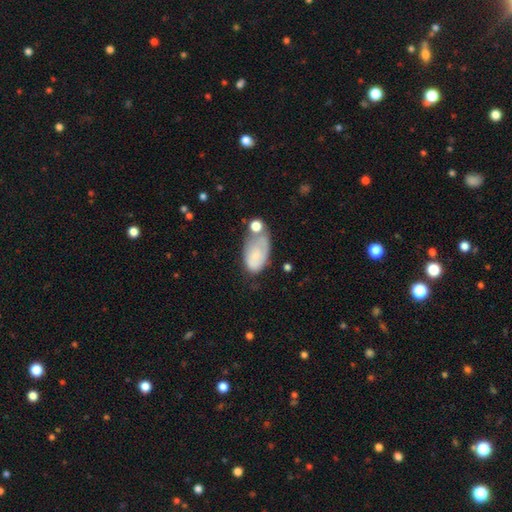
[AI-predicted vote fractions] smooth_or_featured: smooth (p=0.68) [alt: featured or disk p=0.23]
how_rounded: in between (p=0.93) [alt: round p=0.05]
merging: none (p=0.33) [alt: minor disturbance p=0.29]